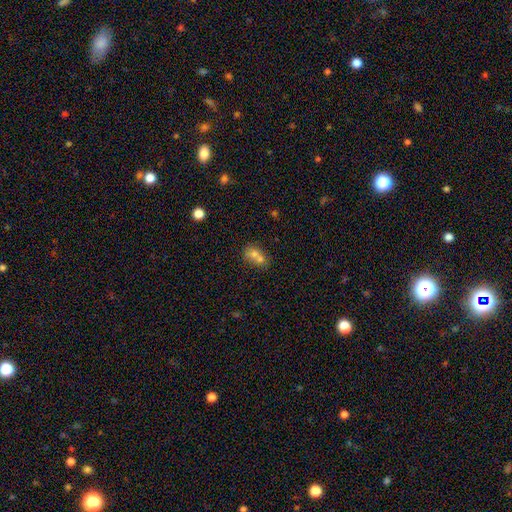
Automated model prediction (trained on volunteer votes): A smooth galaxy with no disk features (67%) that is round (52%). Merging: merger (66%).